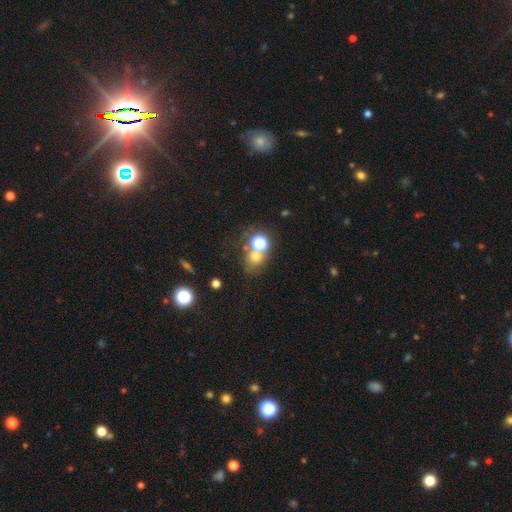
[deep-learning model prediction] smooth-or-featured: smooth: 62% | star or artifact: 26% | featured or disk: 13%
  how-rounded: round: 71% | in between: 27% | cigar-shaped: 1%
  merging: none: 48% | merger: 35% | minor disturbance: 10% | major disturbance: 7%